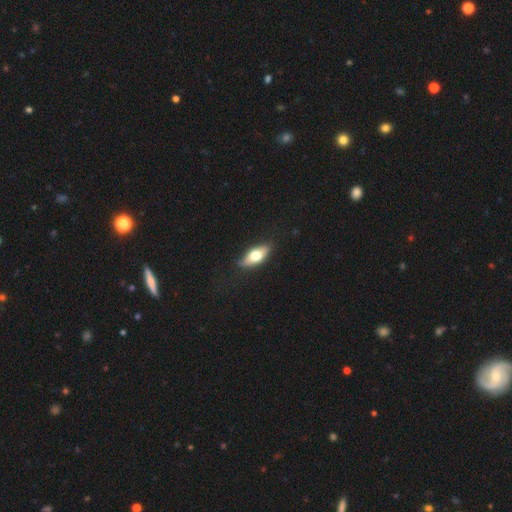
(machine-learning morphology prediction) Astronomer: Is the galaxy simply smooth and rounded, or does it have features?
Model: smooth — 59% (runner-up: featured or disk, 35%).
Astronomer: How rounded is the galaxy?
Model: in between — 75%.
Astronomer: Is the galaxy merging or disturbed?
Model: none — 80%.